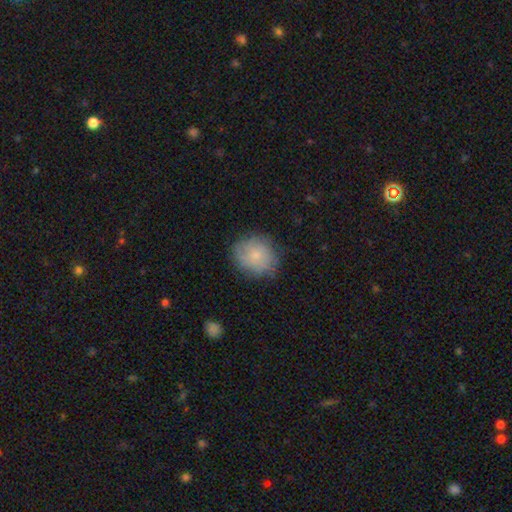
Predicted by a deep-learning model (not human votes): A smooth galaxy with no disk features (70%) that is round (83%). Merging: none (76%).